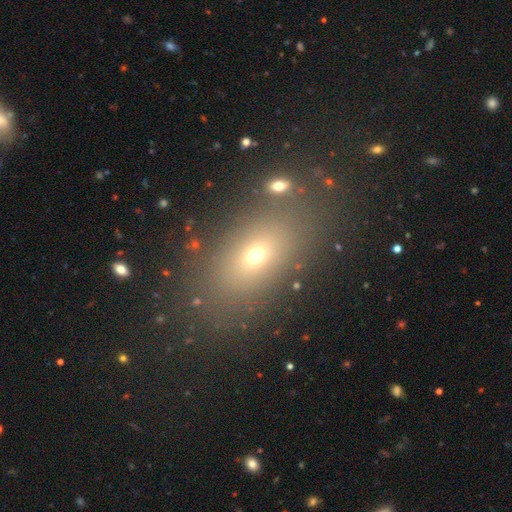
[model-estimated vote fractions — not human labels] This is likely a smooth galaxy (62%). How rounded: likely in between (75%). Merging: clearly none (82%).